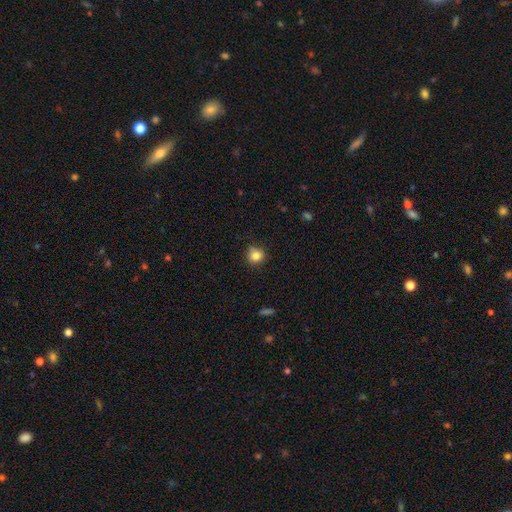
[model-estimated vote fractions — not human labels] smooth 83%, star or artifact 11%, featured or disk 6%. Down the decision tree: how rounded — round (82%); merging — none (74%).